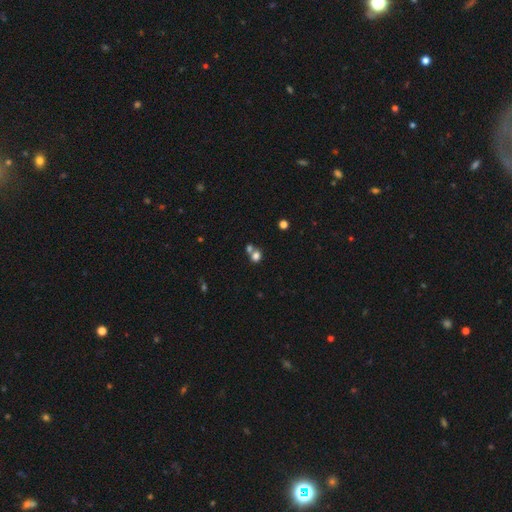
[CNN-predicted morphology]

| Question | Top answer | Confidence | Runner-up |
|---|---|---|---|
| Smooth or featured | smooth | 75% | star or artifact (15%) |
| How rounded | round | 70% | in between (29%) |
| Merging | none | 47% | merger (41%) |